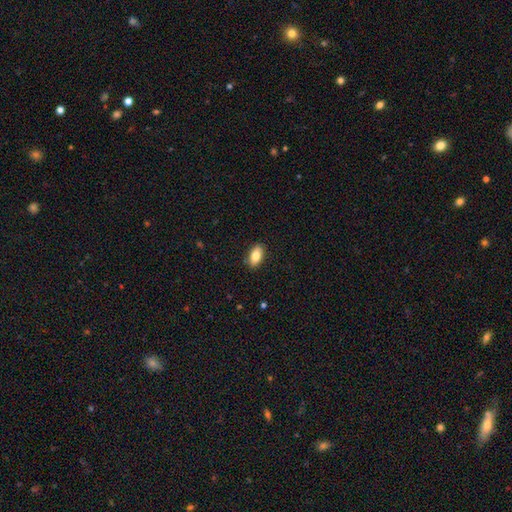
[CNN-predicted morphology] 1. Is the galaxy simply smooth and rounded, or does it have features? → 81% smooth, 12% featured or disk, 7% star or artifact.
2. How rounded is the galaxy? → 89% in between, 6% cigar-shaped, 5% round.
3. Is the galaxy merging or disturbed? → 88% none, 9% minor disturbance, 2% major disturbance, 1% merger.